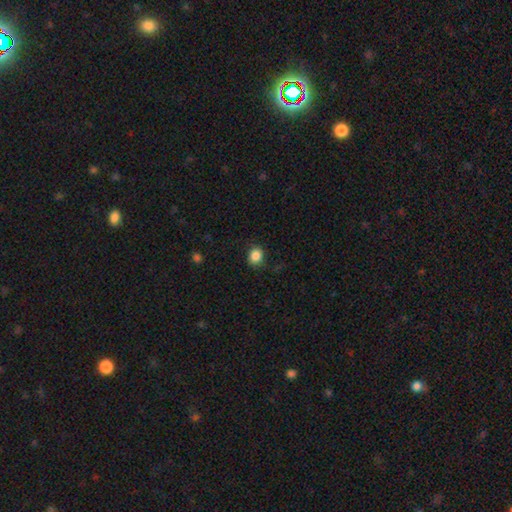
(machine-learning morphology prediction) Smooth or featured? smooth (86%)
How rounded? round (64%)
Merging? none (82%)